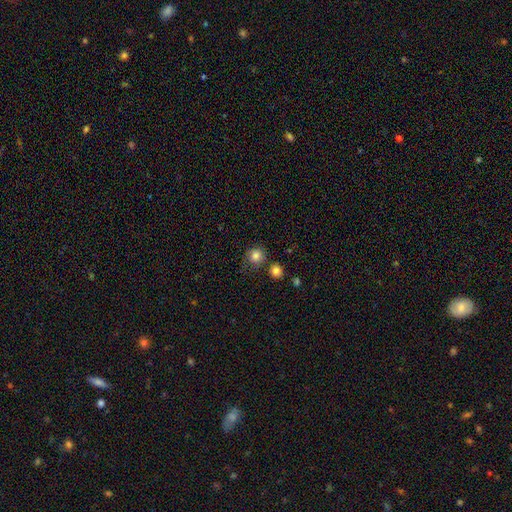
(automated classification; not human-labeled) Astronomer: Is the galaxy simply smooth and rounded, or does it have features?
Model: smooth — 83%.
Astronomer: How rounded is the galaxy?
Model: round — 90%.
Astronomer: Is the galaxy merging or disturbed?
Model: none — 75%.